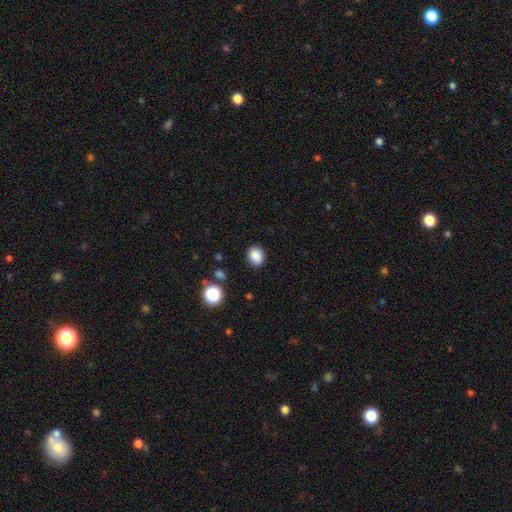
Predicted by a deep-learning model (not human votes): This appears to be a smooth galaxy with no disk features (86%) that is round (56%). Merging: none (87%).